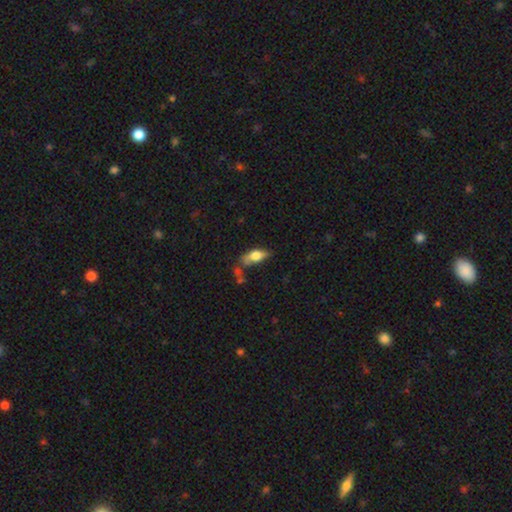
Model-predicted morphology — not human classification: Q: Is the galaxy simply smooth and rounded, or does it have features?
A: smooth — 70%.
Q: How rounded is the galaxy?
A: in between — 79%.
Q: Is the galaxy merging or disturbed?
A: none — 45%.